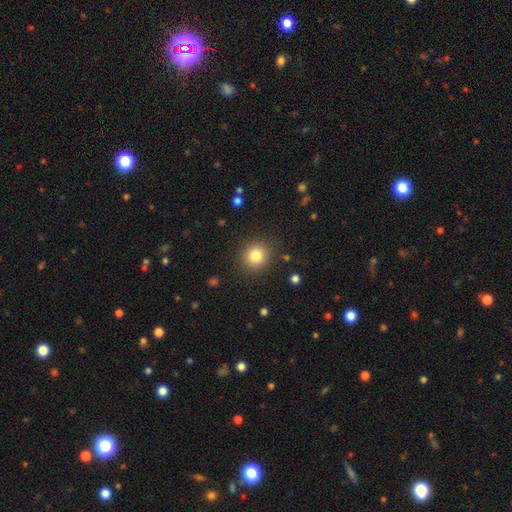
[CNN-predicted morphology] Smooth or featured? smooth (81%)
How rounded? round (89%)
Merging? none (89%)